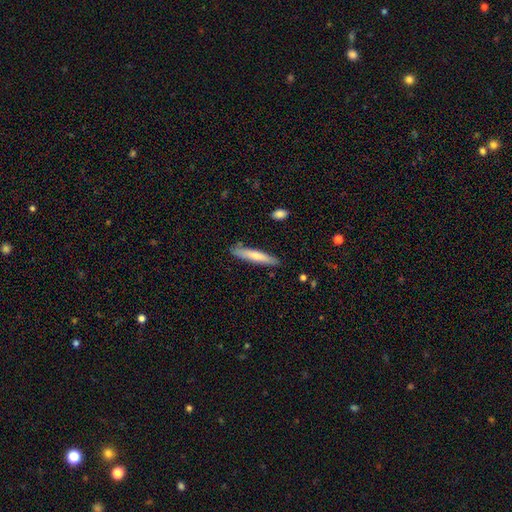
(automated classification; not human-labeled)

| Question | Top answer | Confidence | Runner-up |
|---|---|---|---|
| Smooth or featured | smooth | 70% | featured or disk (25%) |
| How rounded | cigar-shaped | 90% | in between (9%) |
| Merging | none | 85% | minor disturbance (11%) |